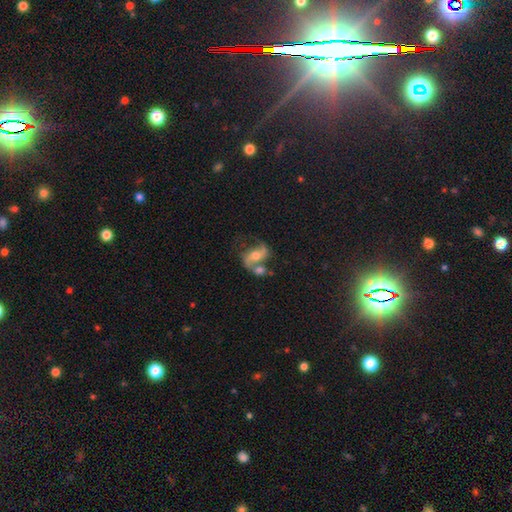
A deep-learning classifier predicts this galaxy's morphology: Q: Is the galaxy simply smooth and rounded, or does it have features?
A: featured or disk — 74%.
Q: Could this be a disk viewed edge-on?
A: no — 97%.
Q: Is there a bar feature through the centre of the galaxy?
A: no — 47%.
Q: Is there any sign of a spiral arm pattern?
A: yes — 90%.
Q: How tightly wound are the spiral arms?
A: loose — 56%.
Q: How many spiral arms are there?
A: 2 — 88%.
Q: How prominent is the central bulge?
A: moderate — 60%.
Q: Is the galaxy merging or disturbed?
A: none — 36%, tied with merger.